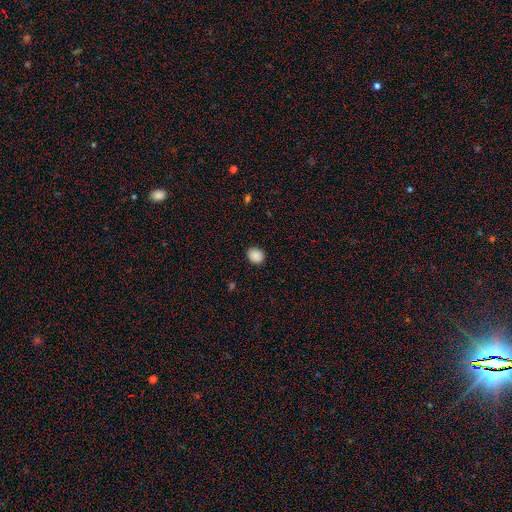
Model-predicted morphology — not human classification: Smooth or featured: smooth — 89% (star or artifact — 9%)
How rounded: round — 66% (in between — 34%)
Merging: none — 90% (minor disturbance — 7%)